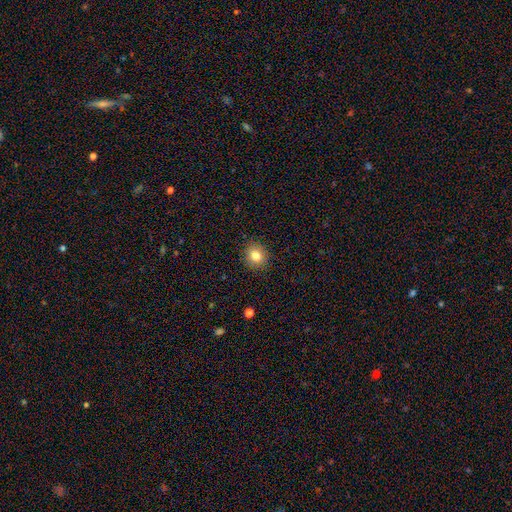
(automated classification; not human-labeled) The model was most divided on "how rounded": round: 82%, in between: 17%, cigar-shaped: 1%. More confident: merging — none (91%); smooth or featured — smooth (81%).